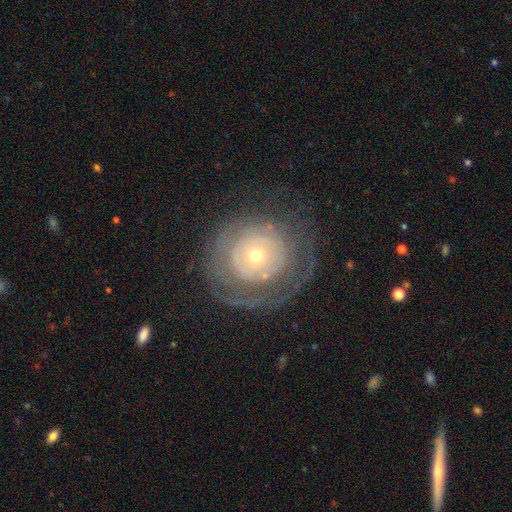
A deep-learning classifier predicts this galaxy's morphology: Smooth or featured: featured or disk — 67% (smooth — 26%)
Edge-on disk: no — 96% (yes — 4%)
Bar: no — 87% (weak — 10%)
Spiral arms: yes — 53% (no — 47%)
Bulge size: small — 60% (moderate — 34%)
Merging: none — 65% (minor disturbance — 17%)